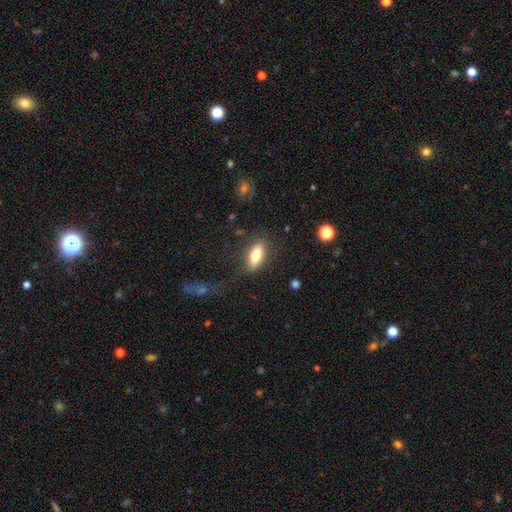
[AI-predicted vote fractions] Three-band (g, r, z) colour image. It shows a smooth galaxy with no disk features (73%) that is in between round and cigar-shaped (72%). Merging: none (77%).